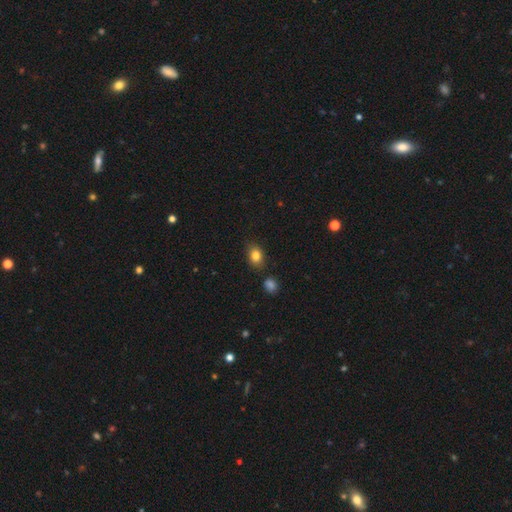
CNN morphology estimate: smooth 82%, star or artifact 10%, featured or disk 8%. Down the decision tree: how rounded — in between (70%); merging — none (80%).